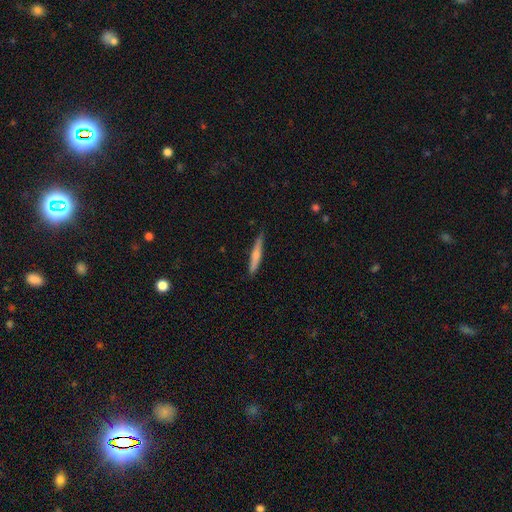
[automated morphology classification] Smooth or featured? Predicted: smooth (p=0.61). How rounded? Predicted: cigar-shaped (p=0.94). Merging? Predicted: none (p=0.84).